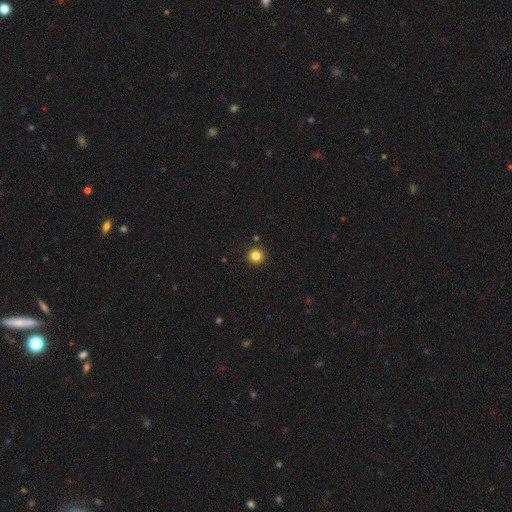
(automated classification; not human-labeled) smooth-or-featured: smooth: 84% | star or artifact: 12% | featured or disk: 4%
  how-rounded: round: 96% | in between: 3% | cigar-shaped: 1%
  merging: none: 93% | minor disturbance: 4% | merger: 2% | major disturbance: 1%